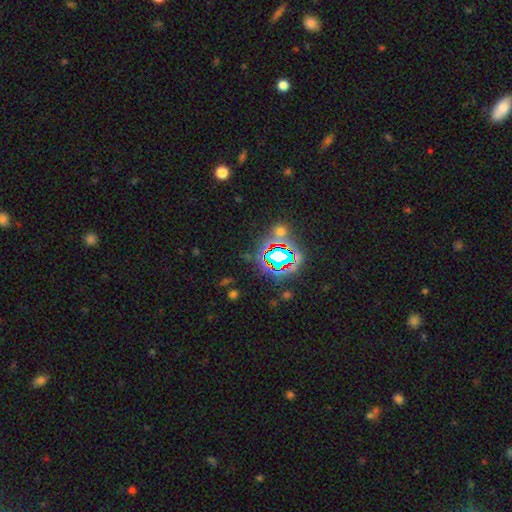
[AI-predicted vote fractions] Smooth or featured?
  - star or artifact: 78% *
  - smooth: 13%
  - featured or disk: 8%